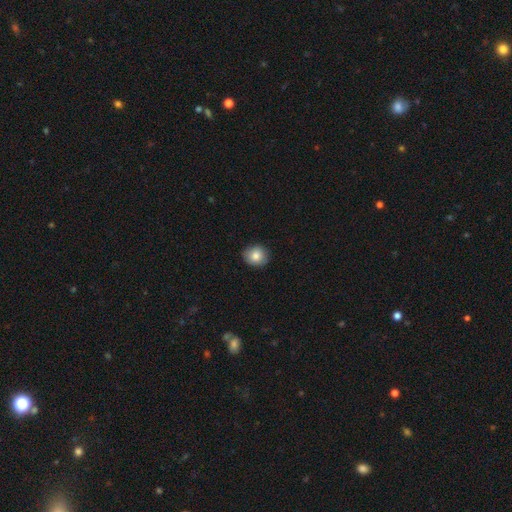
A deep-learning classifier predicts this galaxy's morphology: Smooth or featured?
  - smooth: 82% *
  - featured or disk: 9%
  - star or artifact: 9%
How rounded?
  - round: 80% *
  - in between: 19%
  - cigar-shaped: 1%
Merging?
  - none: 86% *
  - minor disturbance: 11%
  - major disturbance: 2%
  - merger: 1%